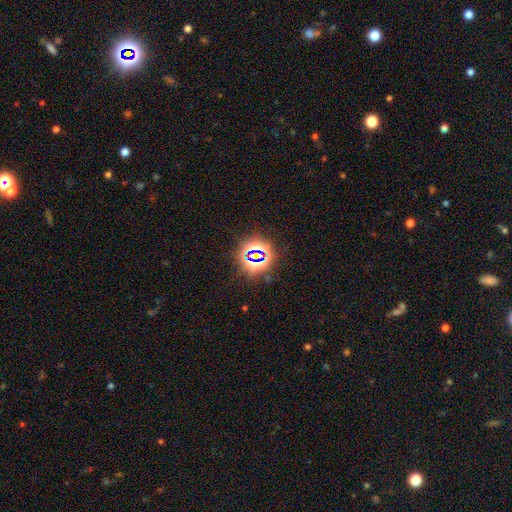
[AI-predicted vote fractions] A star or artifact, not a galaxy (76%).

Vote fractions:
- Smooth or featured? star or artifact: 76% / smooth: 16% / featured or disk: 9%